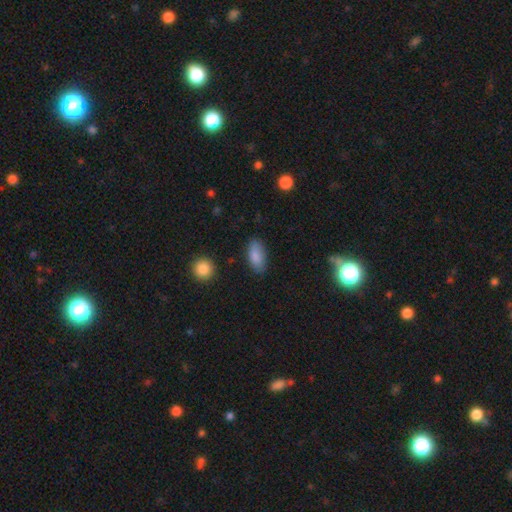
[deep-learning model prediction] The model was most divided on "merging": none: 83%, minor disturbance: 12%, major disturbance: 3%, merger: 2%. More confident: how rounded — in between (91%); smooth or featured — smooth (86%).